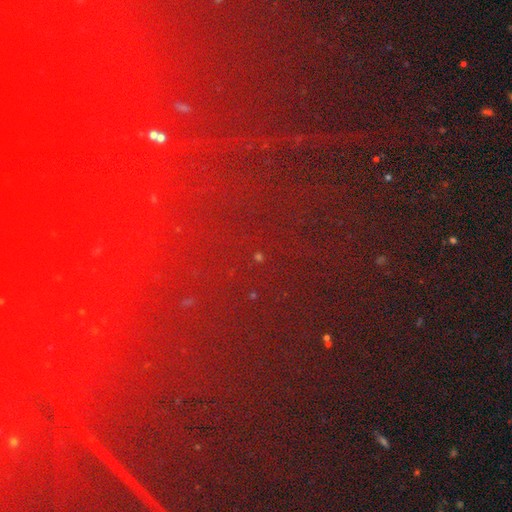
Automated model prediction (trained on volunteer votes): Smooth or featured? Predicted: star or artifact (p=0.83).